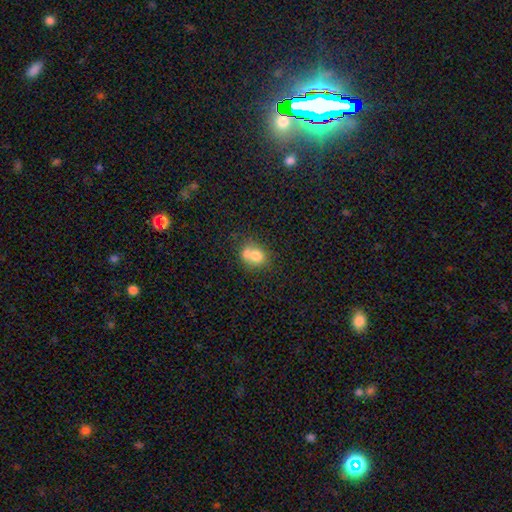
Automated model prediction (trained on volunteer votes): This is likely a smooth galaxy (72%). How rounded: likely round (68%). Merging: possibly merger (52%).